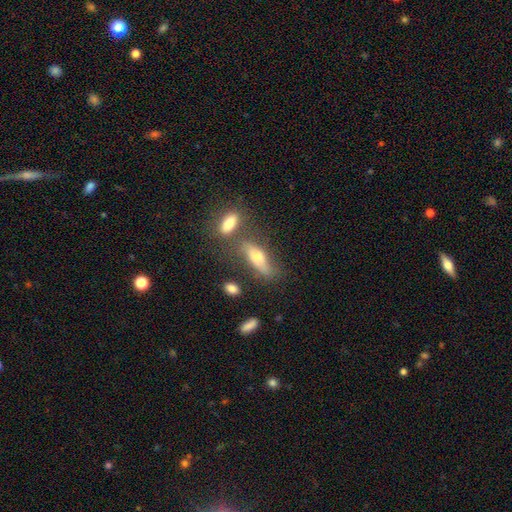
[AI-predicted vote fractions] This is possibly a smooth galaxy (55%). How rounded: possibly in between (49%). Merging: possibly none (55%).